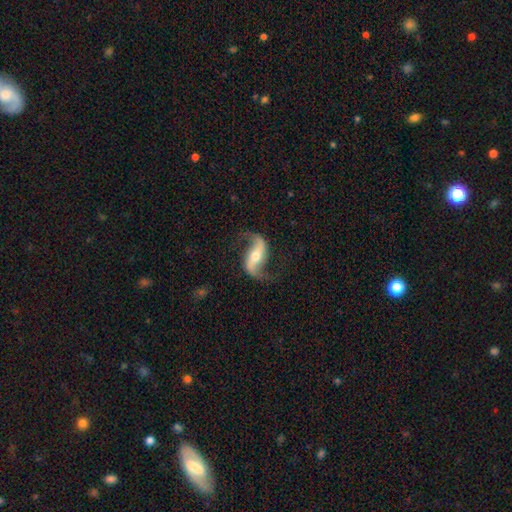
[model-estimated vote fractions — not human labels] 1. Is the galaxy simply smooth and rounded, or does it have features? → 89% featured or disk, 6% smooth, 5% star or artifact.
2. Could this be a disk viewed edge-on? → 95% no, 5% yes.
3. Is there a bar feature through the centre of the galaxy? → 45% strong, 29% weak, 26% no.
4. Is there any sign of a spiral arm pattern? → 96% yes, 4% no.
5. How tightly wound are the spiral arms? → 81% loose, 14% medium, 4% tight.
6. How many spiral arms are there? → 94% 2, 2% 1, 1% can't tell, 1% 3, 1% 4, 1% more than 4.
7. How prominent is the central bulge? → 59% moderate, 33% small, 5% large, 2% none, 1% dominant.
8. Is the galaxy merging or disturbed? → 79% none, 13% minor disturbance, 7% major disturbance, 2% merger.